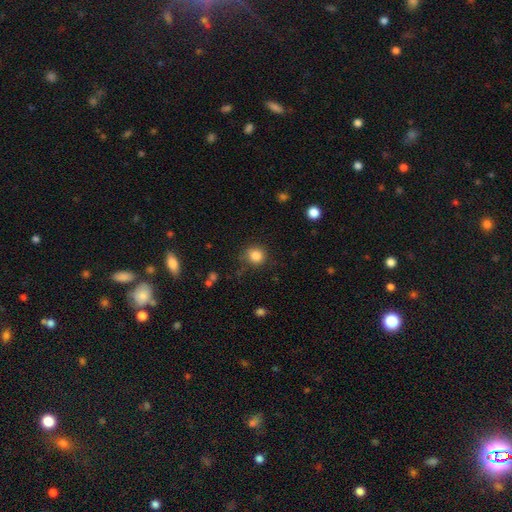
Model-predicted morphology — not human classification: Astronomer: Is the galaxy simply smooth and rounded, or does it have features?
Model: smooth — 84%.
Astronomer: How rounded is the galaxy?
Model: round — 86%.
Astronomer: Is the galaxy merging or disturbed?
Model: none — 80%.